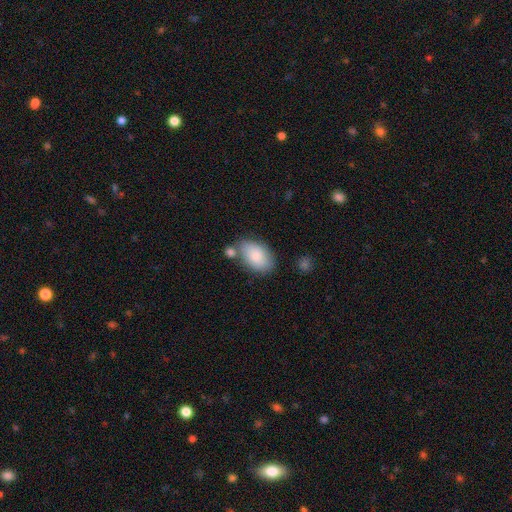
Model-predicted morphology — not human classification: type=smooth (82%); roundness=in between (91%); merging=none (65%).